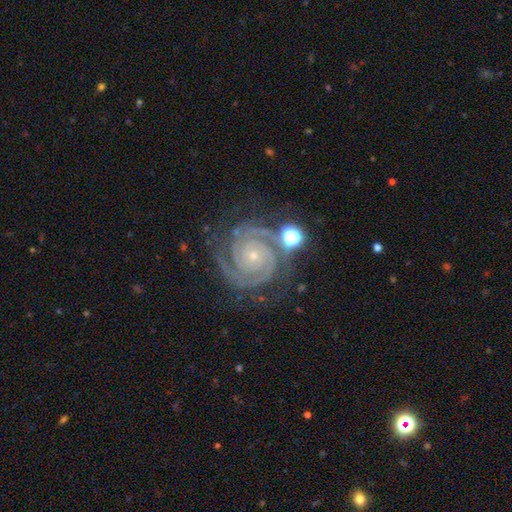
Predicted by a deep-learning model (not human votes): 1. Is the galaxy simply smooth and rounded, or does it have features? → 90% featured or disk, 7% star or artifact, 3% smooth.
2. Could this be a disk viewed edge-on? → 98% no, 2% yes.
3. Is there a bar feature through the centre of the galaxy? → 77% no, 15% weak, 8% strong.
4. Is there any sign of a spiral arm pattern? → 99% yes, 1% no.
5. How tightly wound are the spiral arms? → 84% tight, 14% medium, 2% loose.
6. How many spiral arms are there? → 71% 2, 14% 3, 5% can't tell, 4% 4, 3% more than 4, 3% 1.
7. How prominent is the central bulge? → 82% small, 13% moderate, 2% none, 1% large, 1% dominant.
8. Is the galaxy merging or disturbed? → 76% none, 14% minor disturbance, 5% merger, 5% major disturbance.